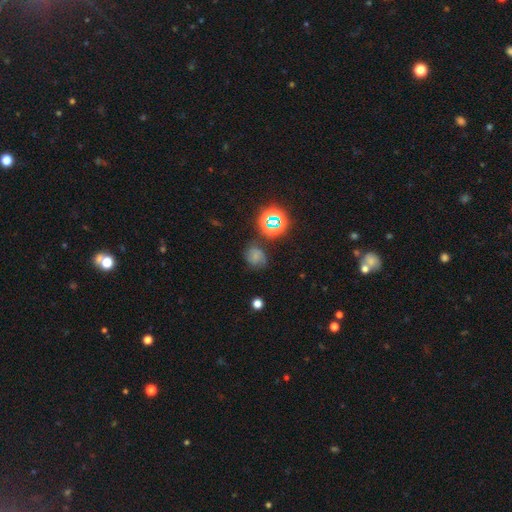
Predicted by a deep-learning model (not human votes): Smooth or featured?
  - smooth: 49% *
  - star or artifact: 27%
  - featured or disk: 24%
Merging?
  - none: 59% *
  - minor disturbance: 24%
  - major disturbance: 11%
  - merger: 5%